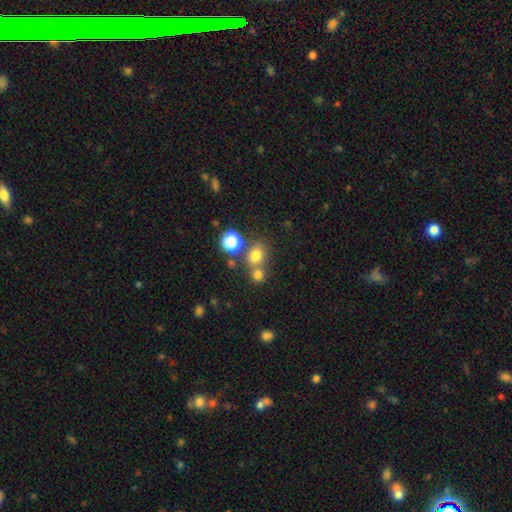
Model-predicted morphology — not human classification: smooth_or_featured: smooth (p=0.74) [alt: star or artifact p=0.18]
how_rounded: round (p=0.65) [alt: in between p=0.34]
merging: none (p=0.57) [alt: merger p=0.29]